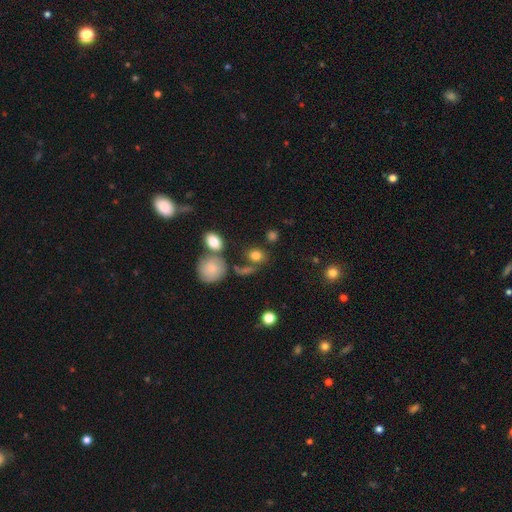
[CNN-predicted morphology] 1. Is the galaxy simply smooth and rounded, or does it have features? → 79% smooth, 12% star or artifact, 9% featured or disk.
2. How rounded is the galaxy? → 53% round, 45% in between, 2% cigar-shaped.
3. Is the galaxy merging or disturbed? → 65% none, 14% merger, 14% minor disturbance, 6% major disturbance.